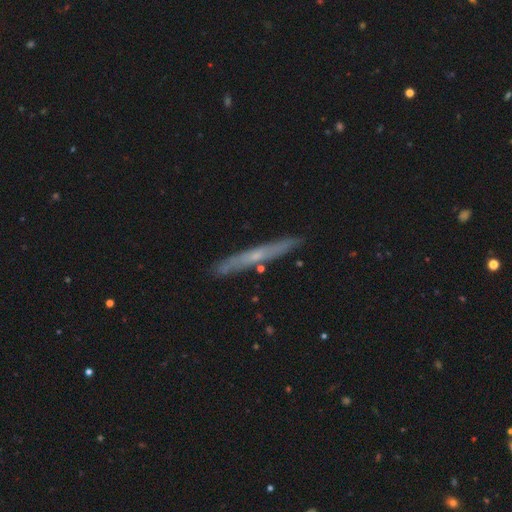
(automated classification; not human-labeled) This is possibly a featured or disk galaxy (57%). It is clearly viewed edge-on (91%). Edge-on bulge: likely none (66%). Merging: clearly none (87%).